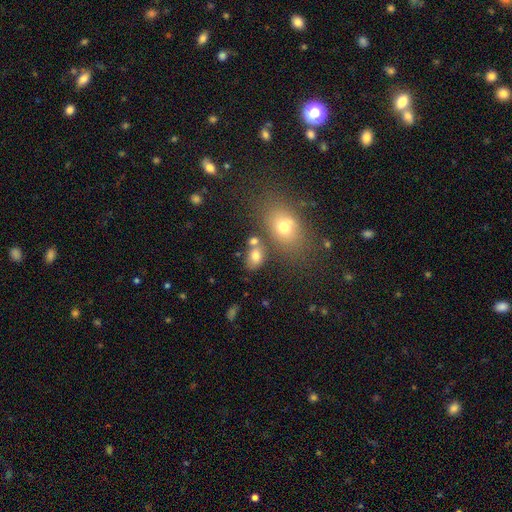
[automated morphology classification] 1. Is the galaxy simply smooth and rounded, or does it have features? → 75% smooth, 13% star or artifact, 12% featured or disk.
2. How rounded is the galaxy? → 75% in between, 24% round, 2% cigar-shaped.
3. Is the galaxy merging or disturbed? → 60% none, 20% merger, 14% minor disturbance, 5% major disturbance.